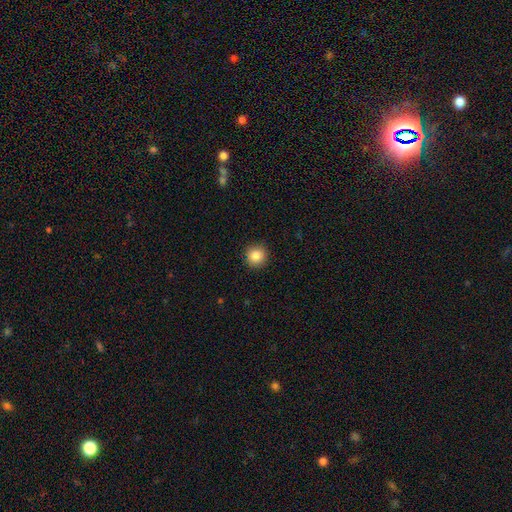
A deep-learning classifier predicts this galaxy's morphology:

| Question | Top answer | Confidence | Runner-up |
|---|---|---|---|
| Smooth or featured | smooth | 87% | star or artifact (9%) |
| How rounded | round | 94% | in between (5%) |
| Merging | none | 92% | minor disturbance (5%) |